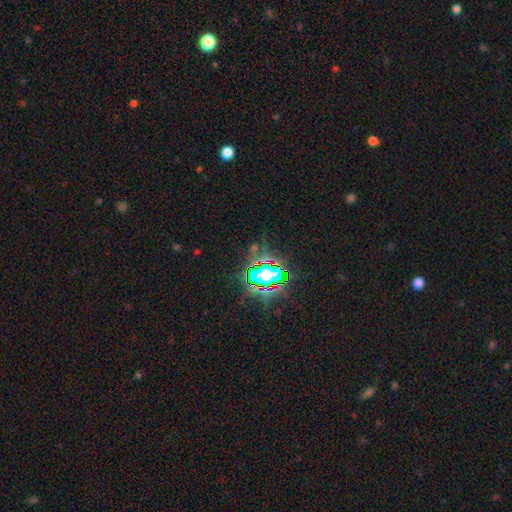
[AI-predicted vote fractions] star or artifact 84%, smooth 10%, featured or disk 6%.